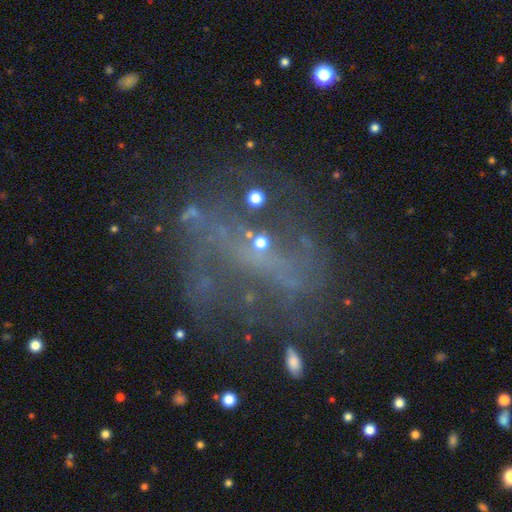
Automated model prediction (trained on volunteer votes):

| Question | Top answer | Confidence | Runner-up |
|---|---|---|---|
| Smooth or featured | featured or disk | 50% | star or artifact (32%) |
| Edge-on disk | no | 88% | yes (12%) |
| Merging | none | 53% | major disturbance (23%) |